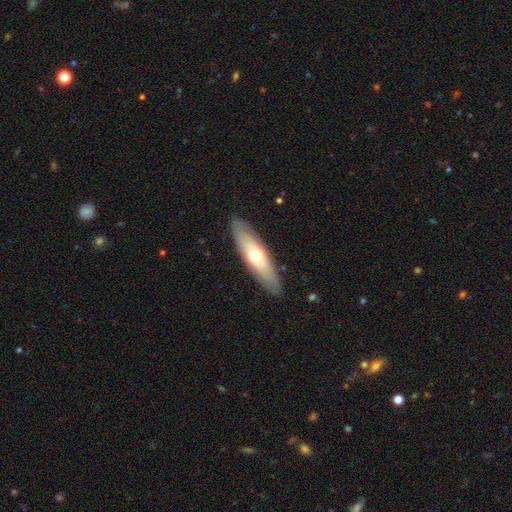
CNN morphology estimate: Overall: smooth (51%; featured or disk 44%). How rounded: cigar-shaped (61%; in between 37%). Merging: none (88%).